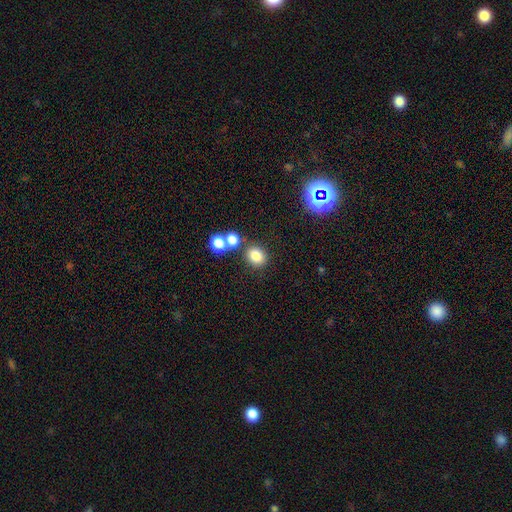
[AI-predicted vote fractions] smooth 80%, star or artifact 13%, featured or disk 7%. Down the decision tree: how rounded — round (60%); merging — none (72%).